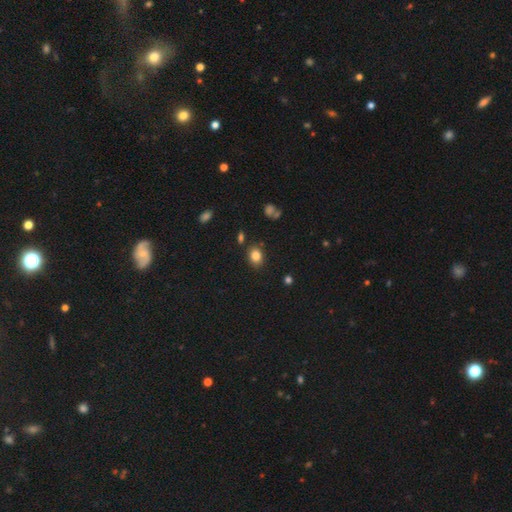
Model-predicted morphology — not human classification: smooth_or_featured: smooth (p=0.83) [alt: star or artifact p=0.11]
how_rounded: in between (p=0.52) [alt: round p=0.47]
merging: none (p=0.81) [alt: minor disturbance p=0.12]